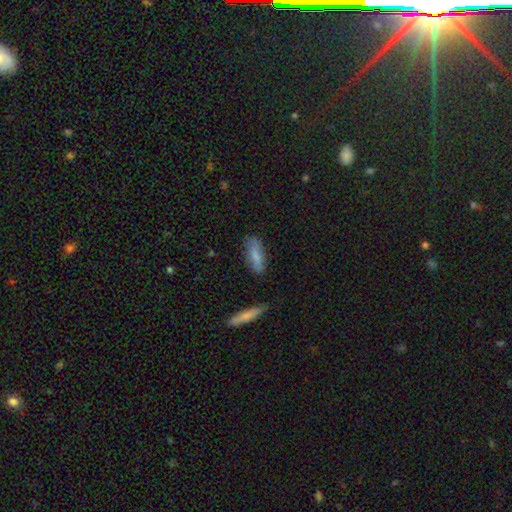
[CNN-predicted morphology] smooth 79%, featured or disk 15%, star or artifact 6%. Down the decision tree: how rounded — in between (49%, tied with cigar-shaped); merging — none (79%).